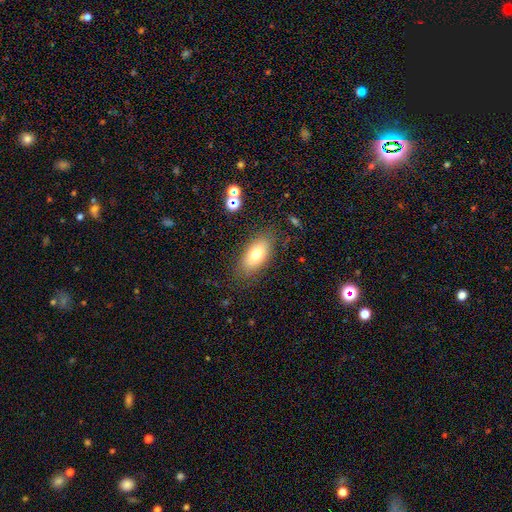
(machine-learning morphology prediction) A smooth galaxy with no disk features (73%) that is in between round and cigar-shaped (89%). Merging: none (82%).